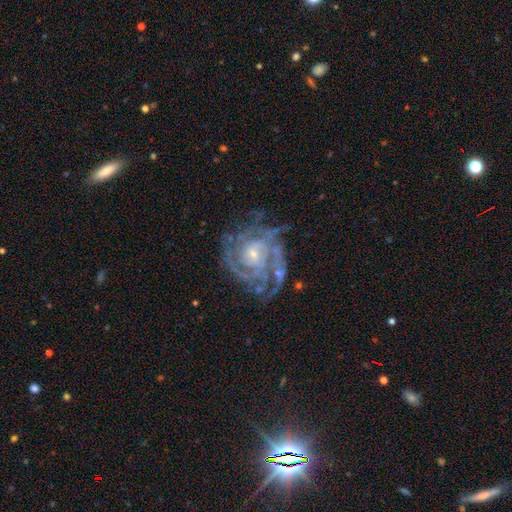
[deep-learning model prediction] A featured or disk galaxy (87%) with no bar (67%), 3 (25%) tight (69%) spiral arms (96%) and a small central bulge (65%). Merging: none (68%).